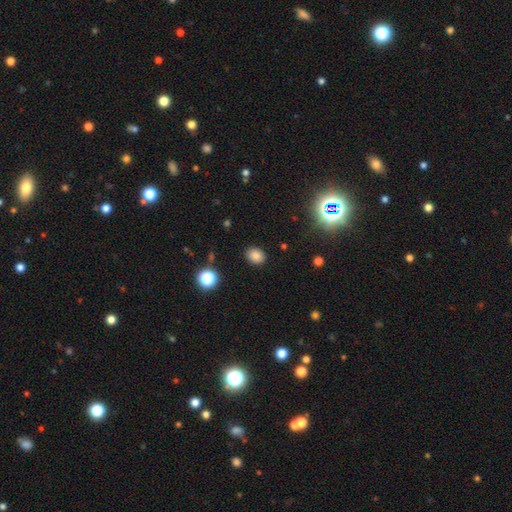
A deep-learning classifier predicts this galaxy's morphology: A smooth galaxy with no disk features (83%) that is in between round and cigar-shaped (56%).

Vote fractions:
- Smooth or featured? smooth: 83% / star or artifact: 13% / featured or disk: 5%
- How rounded? in between: 56% / round: 43% / cigar-shaped: 1%
- Merging? none: 88% / minor disturbance: 8% / major disturbance: 2% / merger: 1%